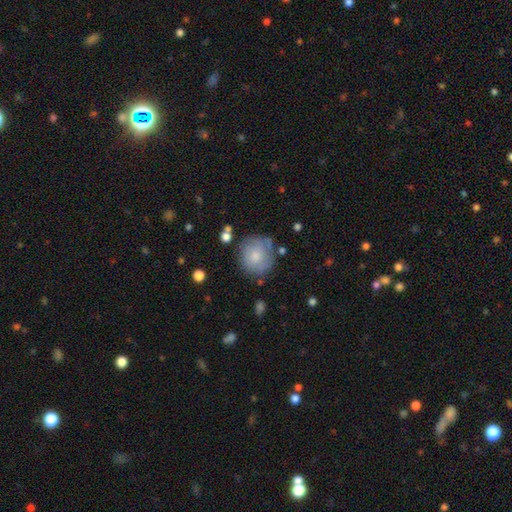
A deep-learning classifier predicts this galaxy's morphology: Overall: smooth (71%). How rounded: round (89%). Merging: none (68%).